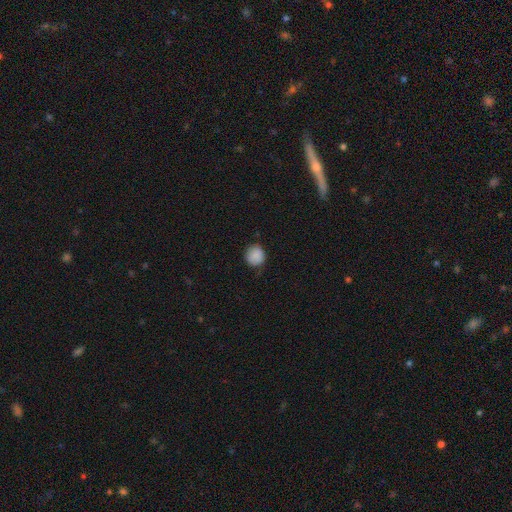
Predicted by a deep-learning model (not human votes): Overall: smooth (88%). How rounded: round (86%). Merging: none (77%).